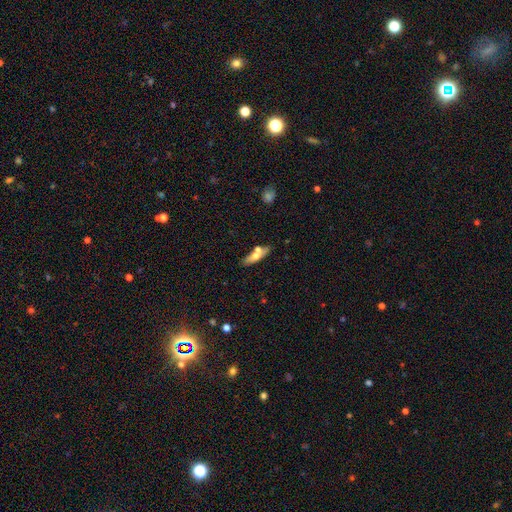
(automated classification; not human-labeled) smooth 60%, featured or disk 33%, star or artifact 7%. Down the decision tree: how rounded — cigar-shaped (60%); merging — none (63%).